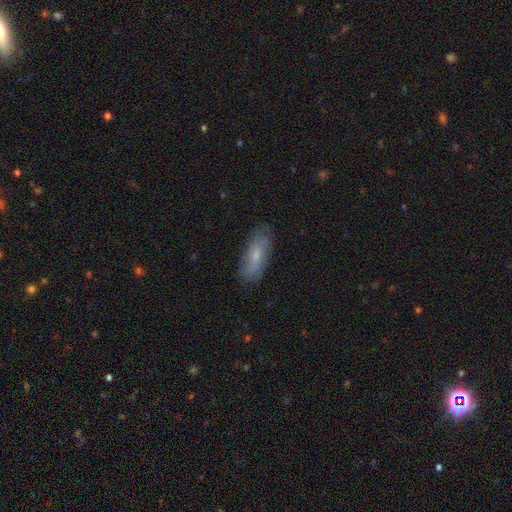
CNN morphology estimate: smooth_or_featured: smooth (p=0.63) [alt: featured or disk p=0.30]
how_rounded: in between (p=0.70) [alt: cigar-shaped p=0.28]
merging: none (p=0.81) [alt: minor disturbance p=0.15]